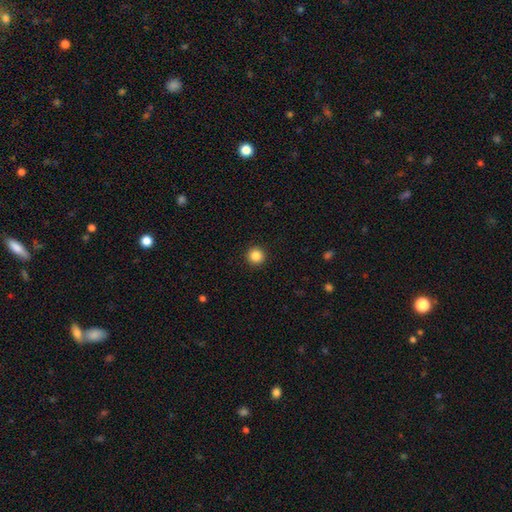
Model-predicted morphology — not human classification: smooth 86%, star or artifact 10%, featured or disk 4%. Down the decision tree: how rounded — round (96%); merging — none (93%).